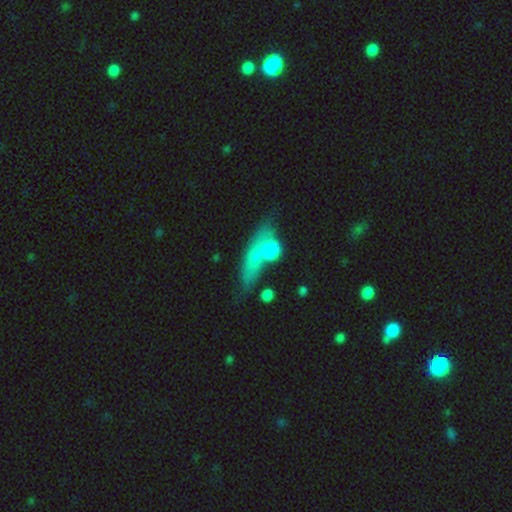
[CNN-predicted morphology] Smooth or featured? smooth (51%)
How rounded? cigar-shaped (48%)
Merging? none (61%)